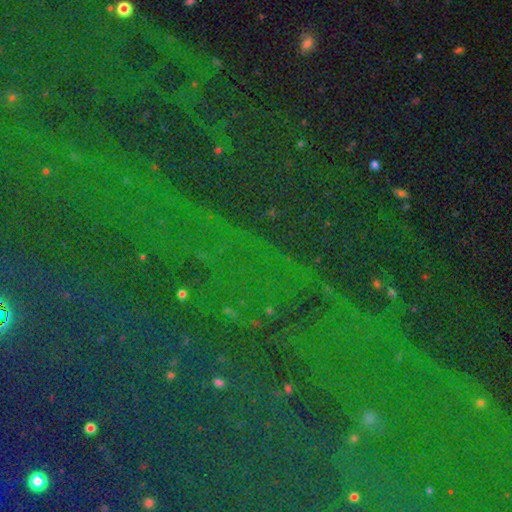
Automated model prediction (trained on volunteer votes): star or artifact 83%, smooth 9%, featured or disk 7%.